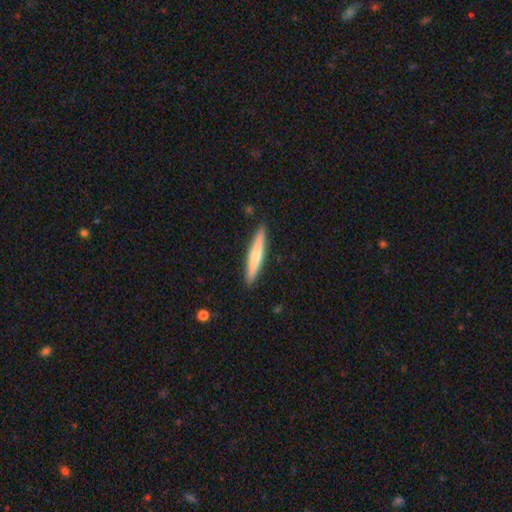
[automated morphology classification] smooth-or-featured: smooth: 53% | featured or disk: 41% | star or artifact: 5%
  how-rounded: cigar-shaped: 94% | in between: 5% | round: 1%
  merging: none: 91% | minor disturbance: 7% | major disturbance: 1% | merger: 1%